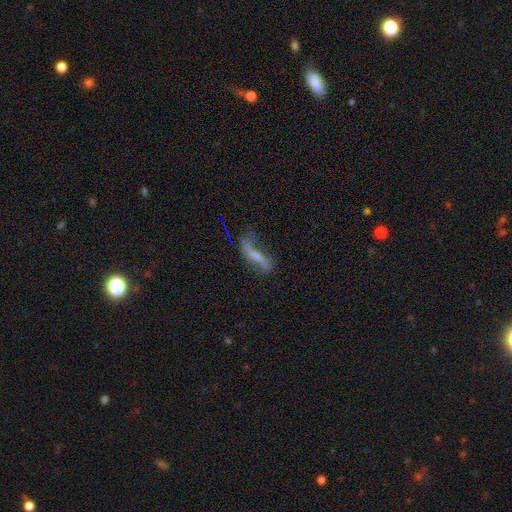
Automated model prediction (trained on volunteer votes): This appears to be a featured or disk galaxy (50%). Merging: none (36%).